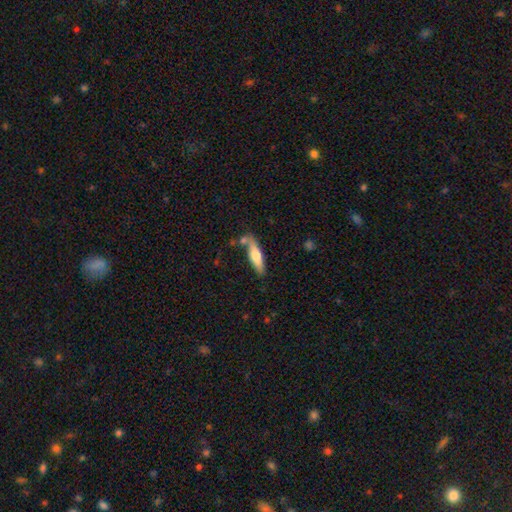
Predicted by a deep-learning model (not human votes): Overall: smooth (62%; featured or disk 32%). How rounded: cigar-shaped (66%; in between 32%). Merging: none (64%).